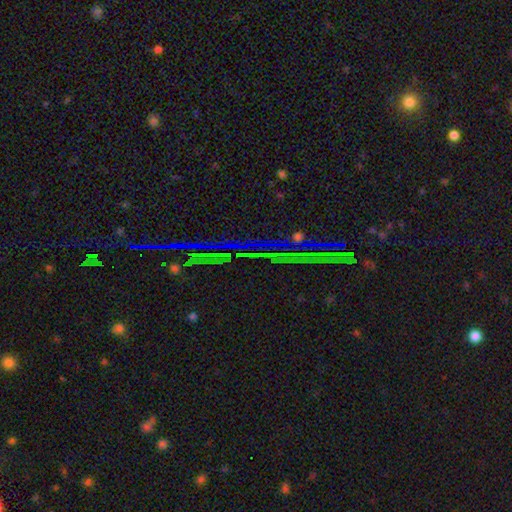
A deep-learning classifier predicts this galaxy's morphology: A star or artifact, not a galaxy (79%).

Vote fractions:
- Smooth or featured? star or artifact: 79% / smooth: 11% / featured or disk: 10%